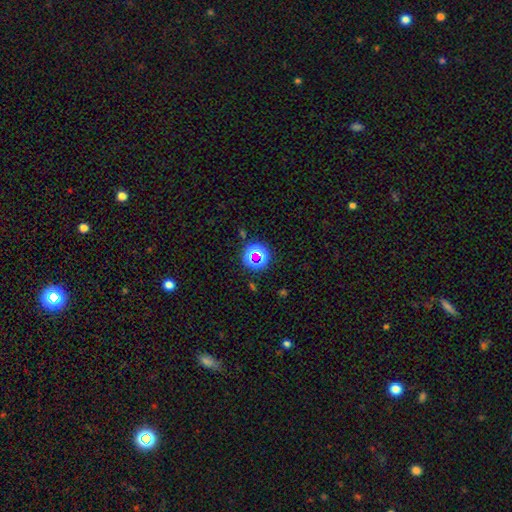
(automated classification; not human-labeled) star or artifact 57%, smooth 32%, featured or disk 11%.